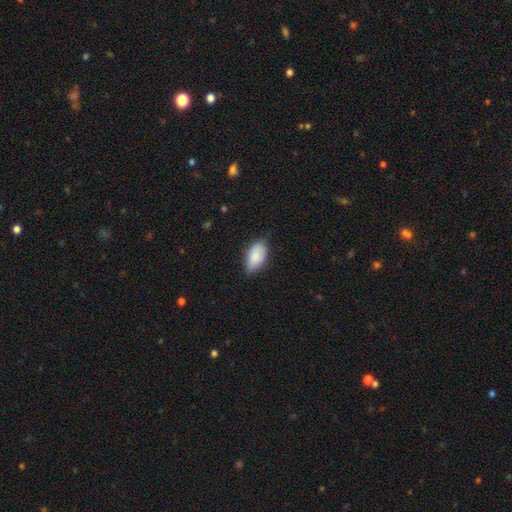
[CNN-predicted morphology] smooth_or_featured: smooth (p=0.87) [alt: featured or disk p=0.07]
how_rounded: in between (p=0.93) [alt: cigar-shaped p=0.04]
merging: none (p=0.72) [alt: minor disturbance p=0.24]